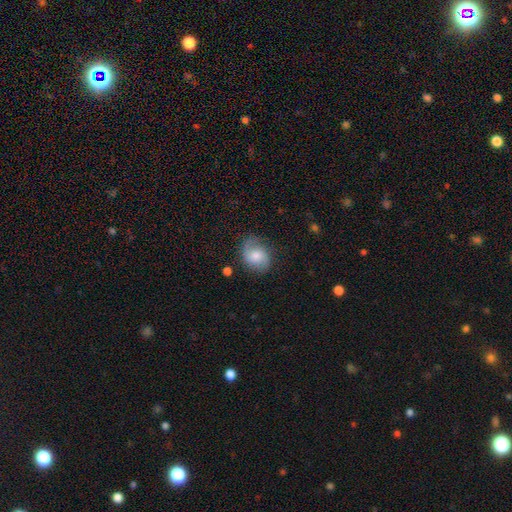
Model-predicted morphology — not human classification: This is possibly a featured or disk galaxy (56%). It is clearly not viewed edge-on (97%). Bar: possibly no (59%). Spiral arm pattern: clearly yes (90%). Central bulge: possibly moderate (48%). Merging: likely none (71%).